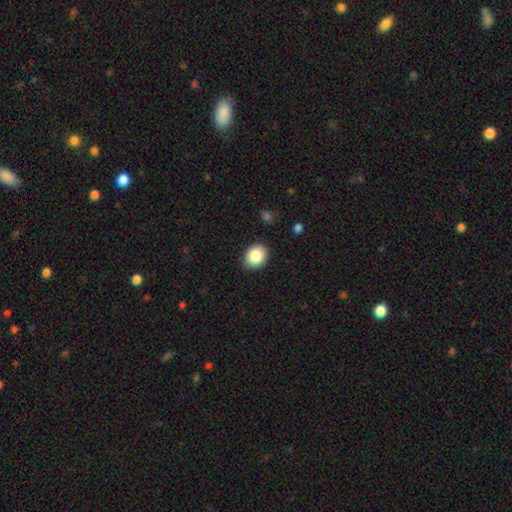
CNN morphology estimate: This appears to be a smooth galaxy with no disk features (86%) that is in between round and cigar-shaped (52%). Merging: none (86%).